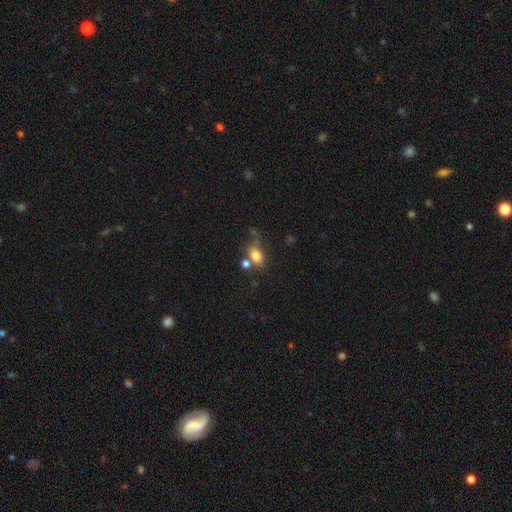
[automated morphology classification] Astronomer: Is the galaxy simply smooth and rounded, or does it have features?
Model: smooth — 78%.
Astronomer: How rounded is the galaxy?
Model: in between — 79%.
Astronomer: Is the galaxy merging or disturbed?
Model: none — 42% (runner-up: merger, 29%).